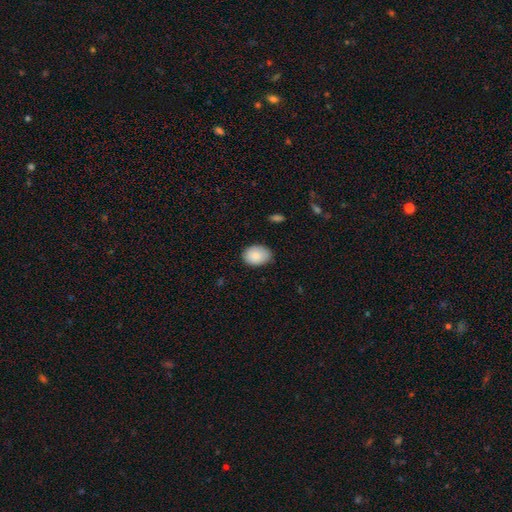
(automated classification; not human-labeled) Smooth or featured: smooth — 87% (star or artifact — 7%)
How rounded: in between — 77% (round — 22%)
Merging: none — 79% (minor disturbance — 18%)